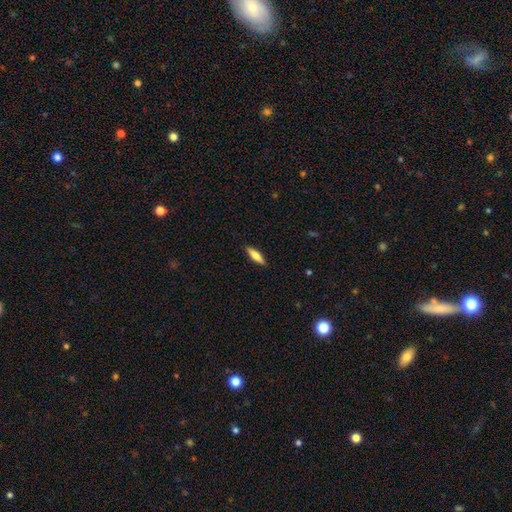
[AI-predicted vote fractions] smooth 66%, featured or disk 28%, star or artifact 6%. Down the decision tree: how rounded — cigar-shaped (69%); merging — none (89%).